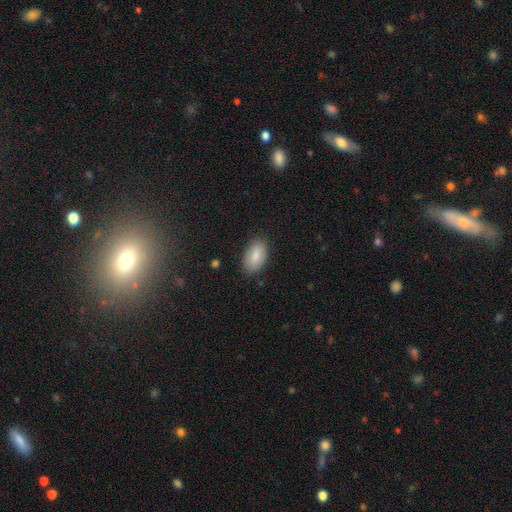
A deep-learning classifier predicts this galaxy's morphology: Smooth or featured? smooth (84%)
How rounded? in between (93%)
Merging? none (83%)